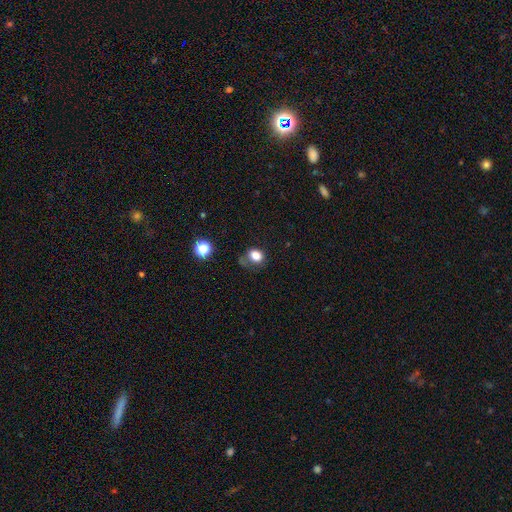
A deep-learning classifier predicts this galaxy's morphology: Smooth or featured?
  - smooth: 82% *
  - star or artifact: 12%
  - featured or disk: 7%
How rounded?
  - in between: 51% *
  - round: 48%
  - cigar-shaped: 1%
Merging?
  - none: 53% *
  - minor disturbance: 27%
  - major disturbance: 15%
  - merger: 5%